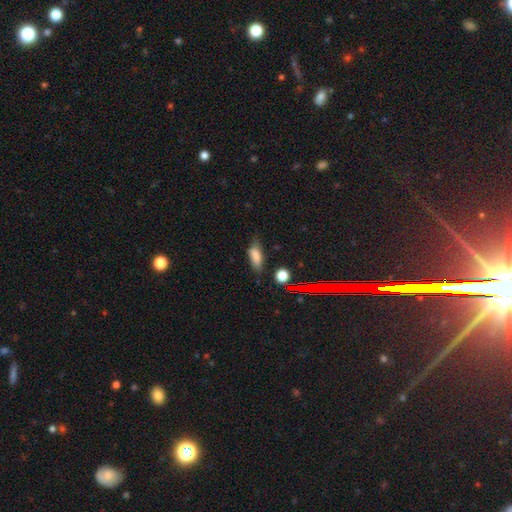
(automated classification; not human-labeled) Smooth or featured?
  - smooth: 77% *
  - featured or disk: 11%
  - star or artifact: 11%
How rounded?
  - in between: 68% *
  - cigar-shaped: 28%
  - round: 4%
Merging?
  - none: 62% *
  - minor disturbance: 28%
  - major disturbance: 7%
  - merger: 3%